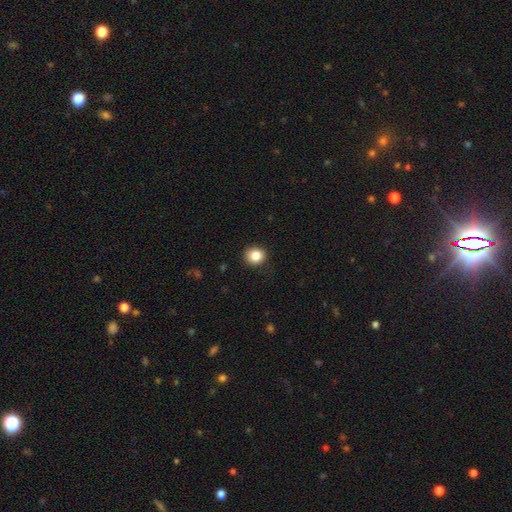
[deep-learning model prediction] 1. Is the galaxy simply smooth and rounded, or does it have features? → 85% smooth, 10% star or artifact, 5% featured or disk.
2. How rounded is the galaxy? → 85% round, 14% in between, 1% cigar-shaped.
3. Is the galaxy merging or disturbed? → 87% none, 10% minor disturbance, 2% major disturbance, 1% merger.